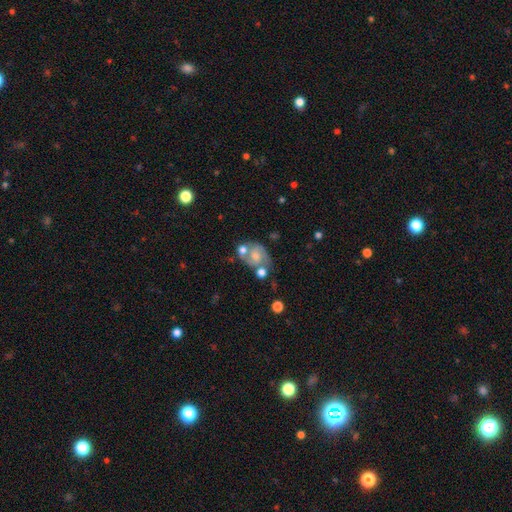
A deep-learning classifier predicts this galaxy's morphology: type=featured or disk (58%); edge-on=no (97%); bar=no (65%); spiral arms=yes (75%); bulge=moderate (45%); merging=none (39%).